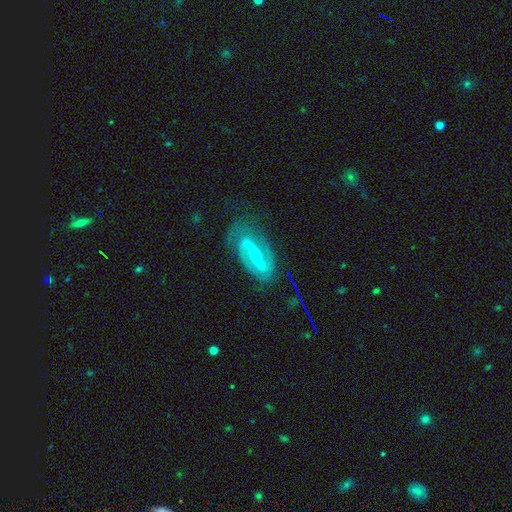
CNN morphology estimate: Q: Smooth or featured?
A: featured or disk (88%); runner-up: smooth (7%)
Q: Edge-on disk?
A: no (93%); runner-up: yes (7%)
Q: Bar?
A: strong (61%); runner-up: weak (25%)
Q: Spiral arms?
A: yes (94%); runner-up: no (6%)
Q: Spiral winding?
A: medium (46%); runner-up: tight (29%)
Q: Spiral arm count?
A: 2 (90%); runner-up: can't tell (5%)
Q: Bulge size?
A: small (68%); runner-up: moderate (28%)
Q: Merging?
A: none (75%); runner-up: minor disturbance (17%)